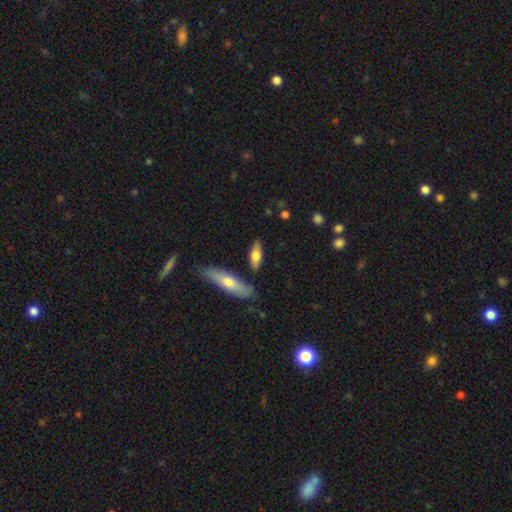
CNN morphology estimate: smooth 63%, featured or disk 31%, star or artifact 6%. Down the decision tree: how rounded — in between (55%); merging — none (78%).